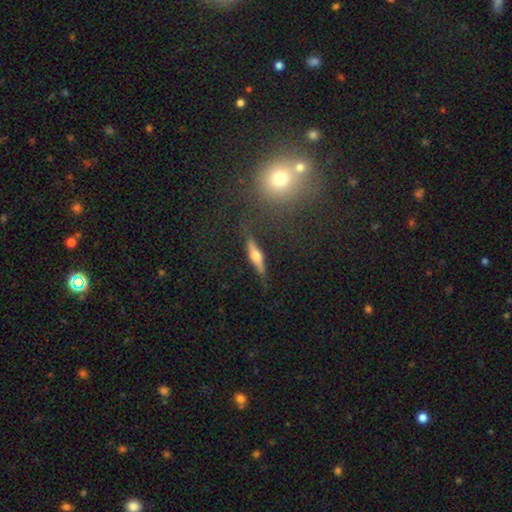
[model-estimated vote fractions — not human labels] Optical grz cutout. It shows a featured or disk galaxy (61%) viewed edge-on (92%) with a rounded central bulge (89%). Merging: none (78%).